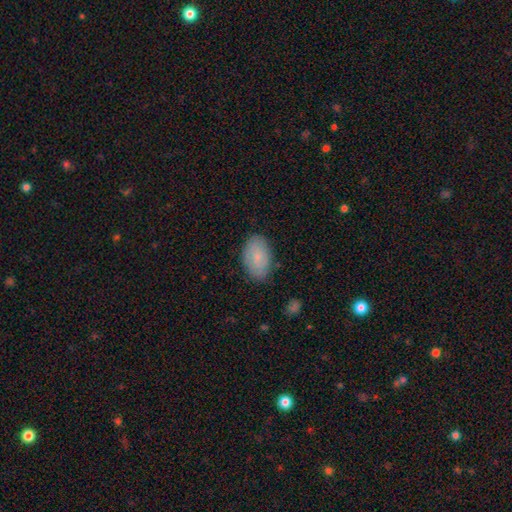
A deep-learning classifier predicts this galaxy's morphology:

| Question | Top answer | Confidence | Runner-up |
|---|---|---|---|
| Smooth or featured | smooth | 78% | featured or disk (15%) |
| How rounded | in between | 91% | round (7%) |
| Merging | none | 83% | minor disturbance (13%) |